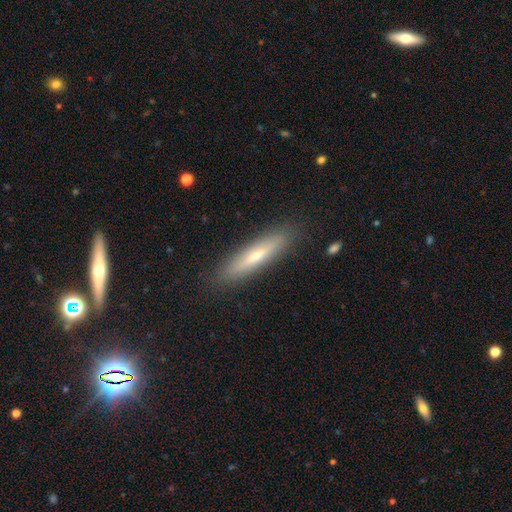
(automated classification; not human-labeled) Morphology: type=smooth (57%); roundness=cigar-shaped (85%); merging=none (88%).